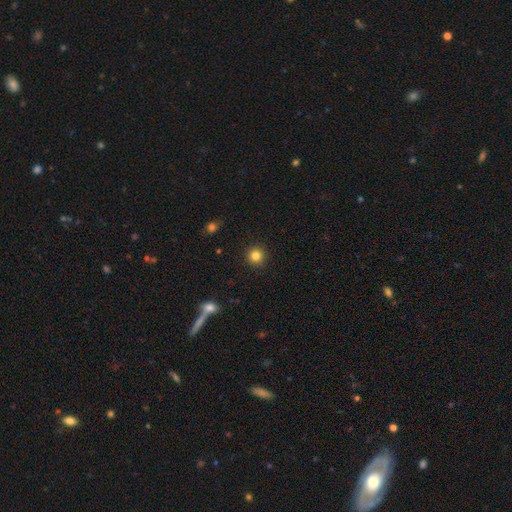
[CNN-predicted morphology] Smooth or featured?
  - smooth: 83% *
  - star or artifact: 12%
  - featured or disk: 5%
How rounded?
  - round: 94% *
  - in between: 5%
  - cigar-shaped: 1%
Merging?
  - none: 92% *
  - minor disturbance: 5%
  - major disturbance: 2%
  - merger: 1%